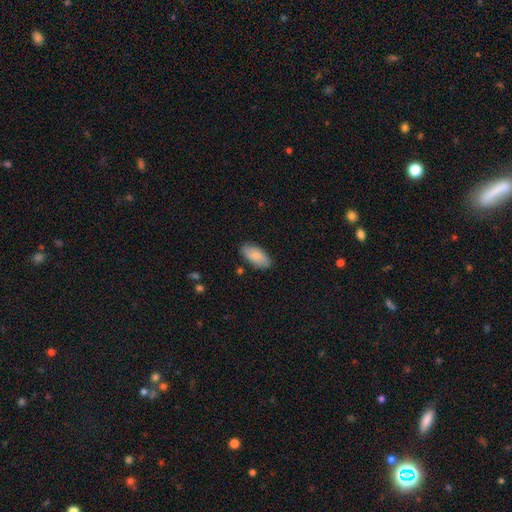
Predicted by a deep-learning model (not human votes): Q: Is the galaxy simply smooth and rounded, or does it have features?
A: smooth — 81%.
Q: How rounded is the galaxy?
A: in between — 92%.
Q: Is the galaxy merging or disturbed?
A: none — 84%.